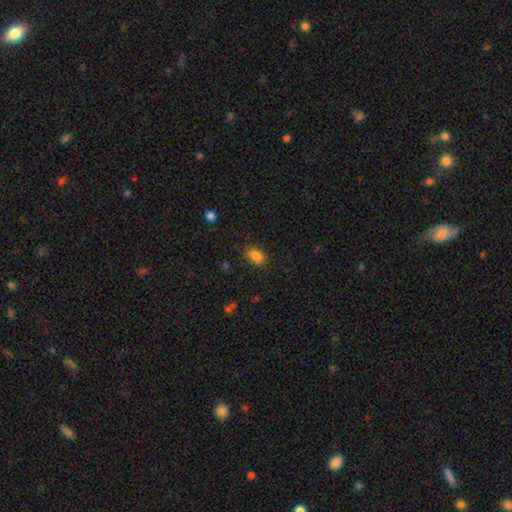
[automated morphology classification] A smooth galaxy with no disk features (85%) that is in between round and cigar-shaped (83%). Merging: none (83%).